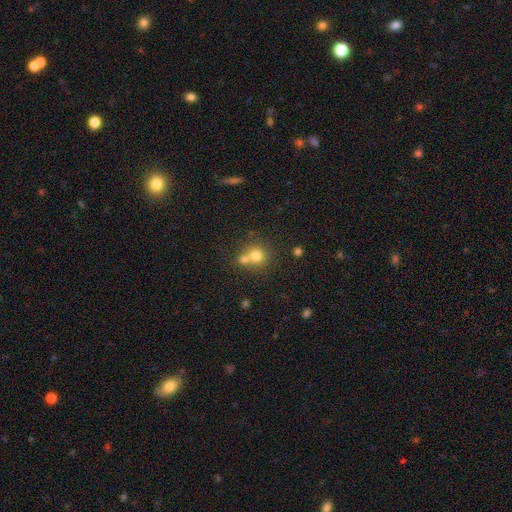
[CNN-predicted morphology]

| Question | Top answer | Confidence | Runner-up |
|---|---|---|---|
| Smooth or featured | smooth | 72% | star or artifact (15%) |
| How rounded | round | 87% | in between (12%) |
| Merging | merger | 46% | none (44%) |